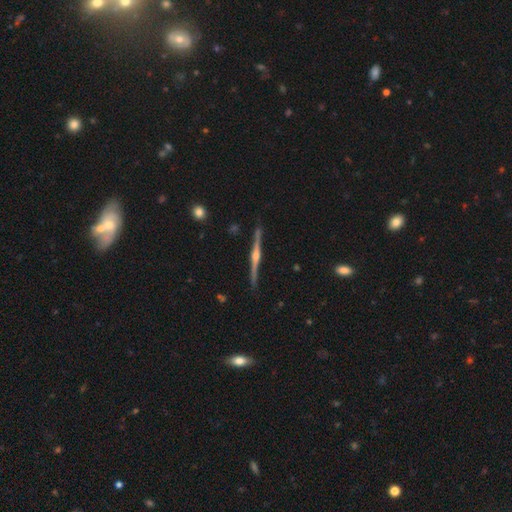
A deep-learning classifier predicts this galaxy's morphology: Smooth or featured? Predicted: featured or disk (p=0.87). Edge-on disk? Predicted: yes (p=0.99). Edge-on bulge? Predicted: rounded (p=0.90). Merging? Predicted: none (p=0.91).